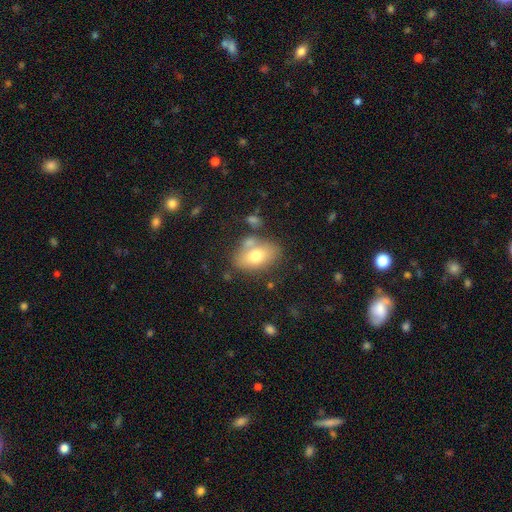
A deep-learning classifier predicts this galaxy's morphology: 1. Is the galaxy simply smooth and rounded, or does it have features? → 70% smooth, 22% featured or disk, 8% star or artifact.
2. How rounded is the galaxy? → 85% in between, 14% round, 2% cigar-shaped.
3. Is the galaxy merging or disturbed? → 59% none, 18% minor disturbance, 16% merger, 7% major disturbance.